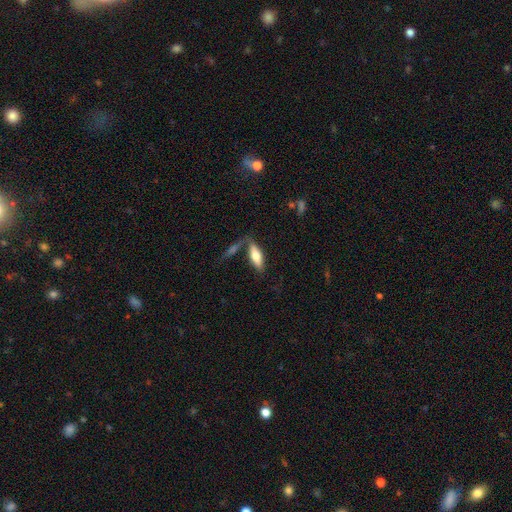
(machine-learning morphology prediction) The model was most divided on "how rounded": in between: 62%, cigar-shaped: 36%, round: 2%. More confident: smooth or featured — smooth (68%); merging — none (55%).